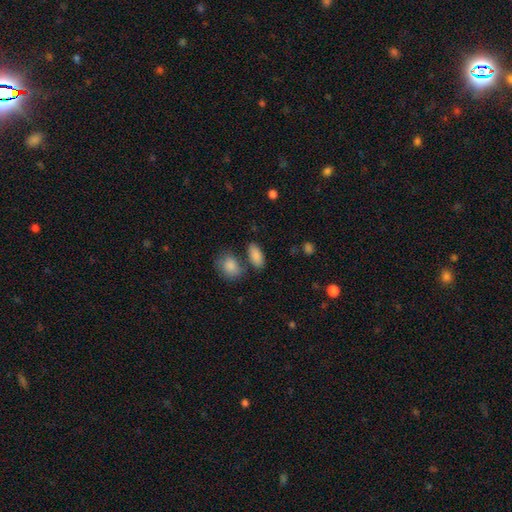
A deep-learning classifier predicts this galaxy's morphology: Smooth or featured? smooth (87%)
How rounded? in between (88%)
Merging? none (66%)